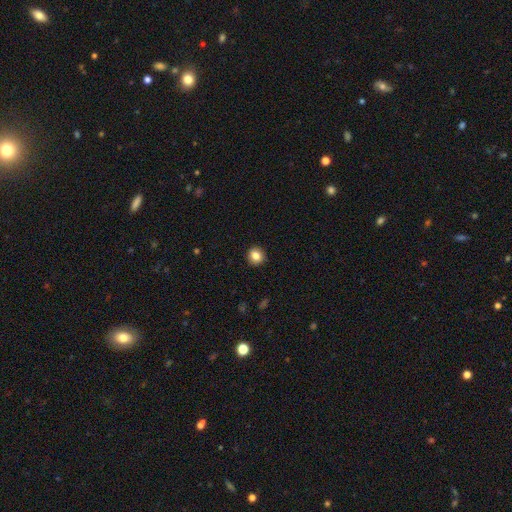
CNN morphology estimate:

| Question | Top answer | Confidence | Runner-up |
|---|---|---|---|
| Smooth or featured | smooth | 84% | star or artifact (10%) |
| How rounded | round | 90% | in between (9%) |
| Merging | none | 92% | minor disturbance (5%) |